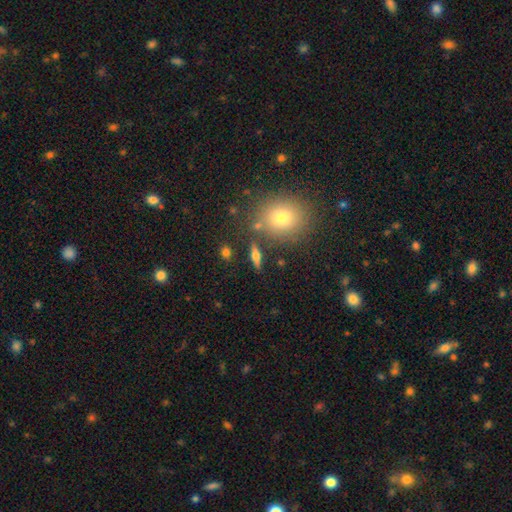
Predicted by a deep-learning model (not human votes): featured or disk 48%, smooth 42%, star or artifact 10%. Down the decision tree: merging — none (83%).